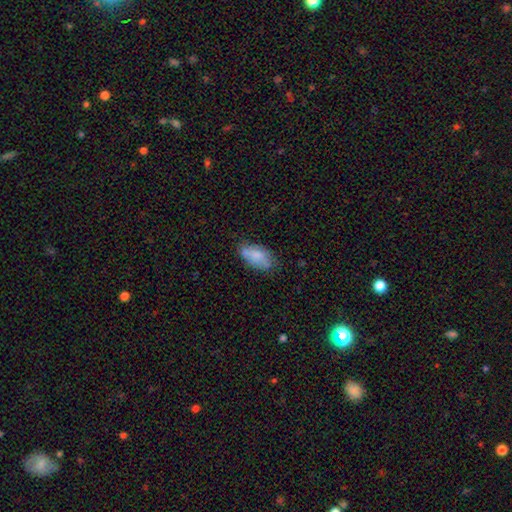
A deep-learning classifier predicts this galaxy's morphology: A smooth galaxy with no disk features (72%) that is in between round and cigar-shaped (92%). Merging: none (56%).